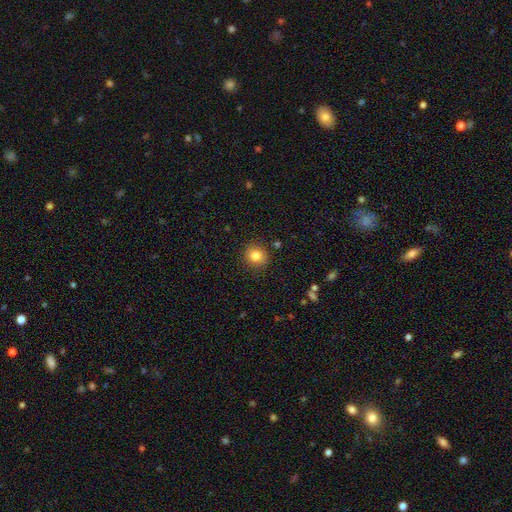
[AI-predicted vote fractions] Smooth or featured? Predicted: smooth (p=0.82). How rounded? Predicted: round (p=0.83). Merging? Predicted: none (p=0.88).